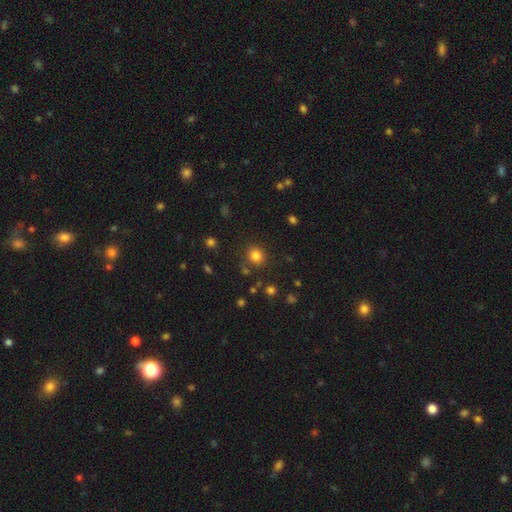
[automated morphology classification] This is clearly a smooth galaxy (81%). How rounded: clearly round (83%). Merging: clearly none (82%).